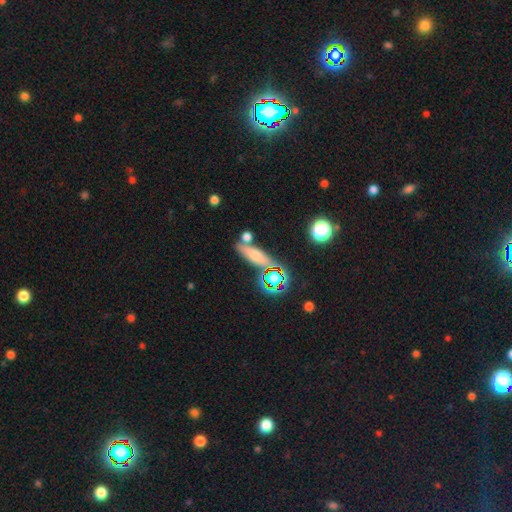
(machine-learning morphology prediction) Smooth or featured?
  - smooth: 47% *
  - featured or disk: 27%
  - star or artifact: 26%
Merging?
  - none: 69% *
  - minor disturbance: 13%
  - merger: 12%
  - major disturbance: 6%